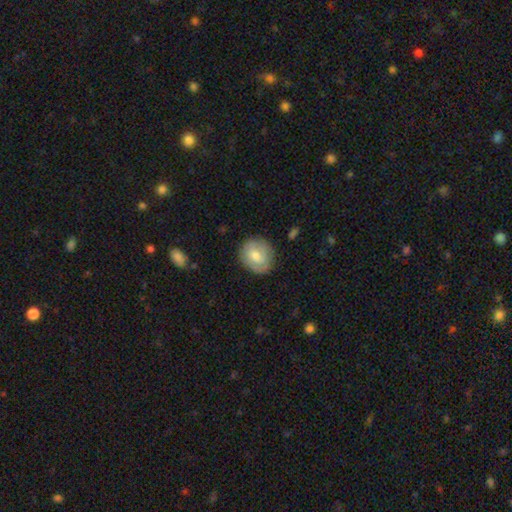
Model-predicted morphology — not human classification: Smooth or featured: smooth — 63% (featured or disk — 30%)
How rounded: round — 78% (in between — 21%)
Merging: none — 80% (minor disturbance — 15%)